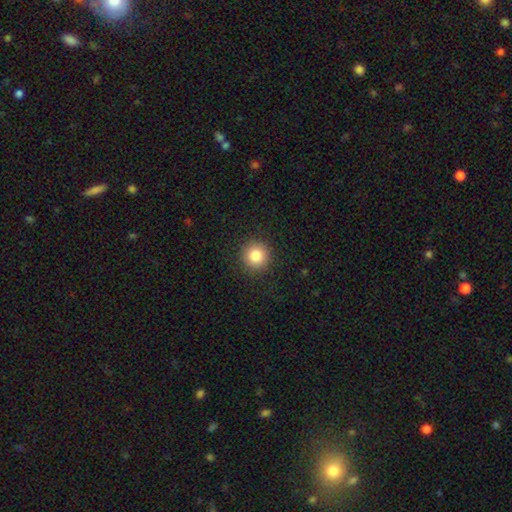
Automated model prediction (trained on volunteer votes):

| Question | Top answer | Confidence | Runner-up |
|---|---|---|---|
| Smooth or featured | smooth | 84% | star or artifact (11%) |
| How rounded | round | 95% | in between (4%) |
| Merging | none | 91% | minor disturbance (6%) |